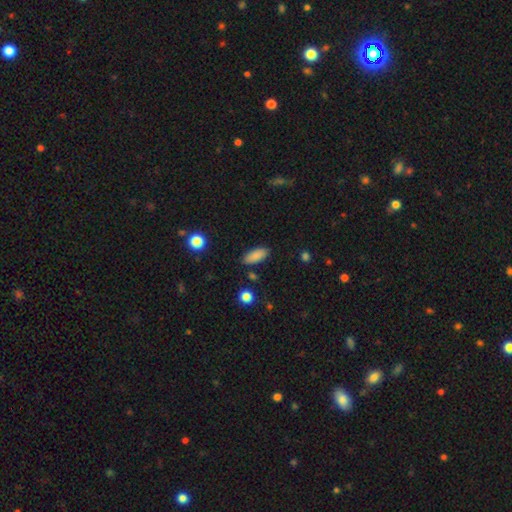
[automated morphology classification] Overall: smooth (87%). How rounded: in between (81%). Merging: none (86%).